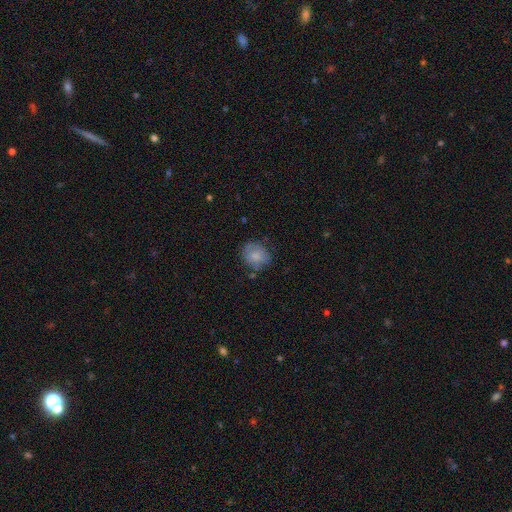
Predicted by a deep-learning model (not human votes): This is likely a smooth galaxy (75%). How rounded: likely round (74%). Merging: likely none (67%).